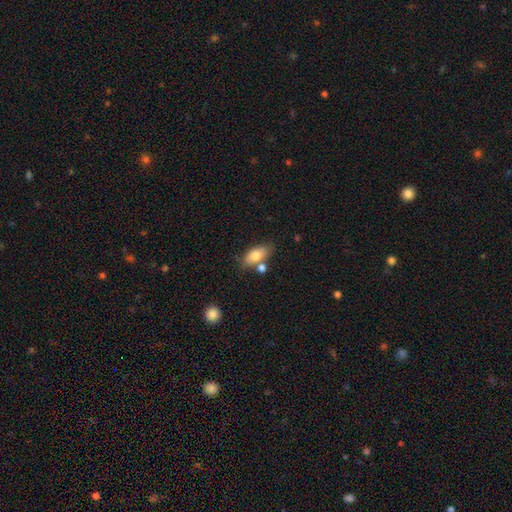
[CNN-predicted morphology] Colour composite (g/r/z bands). It shows a smooth galaxy with no disk features (76%) that is in between round and cigar-shaped (84%). Merging: none (62%).